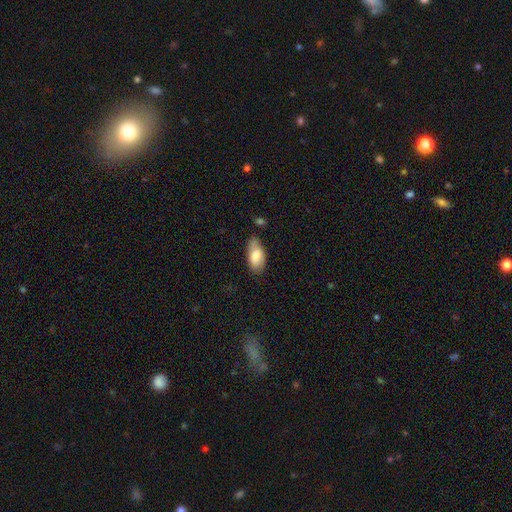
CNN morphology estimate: type=smooth (77%); roundness=in between (92%); merging=none (66%).